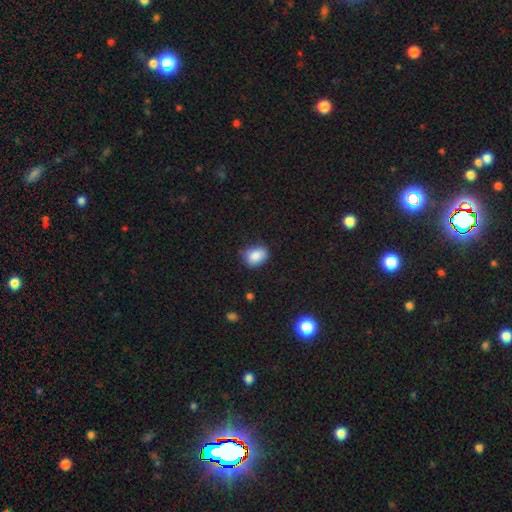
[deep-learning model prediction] smooth 85%, star or artifact 8%, featured or disk 6%. Down the decision tree: how rounded — in between (69%); merging — none (70%).